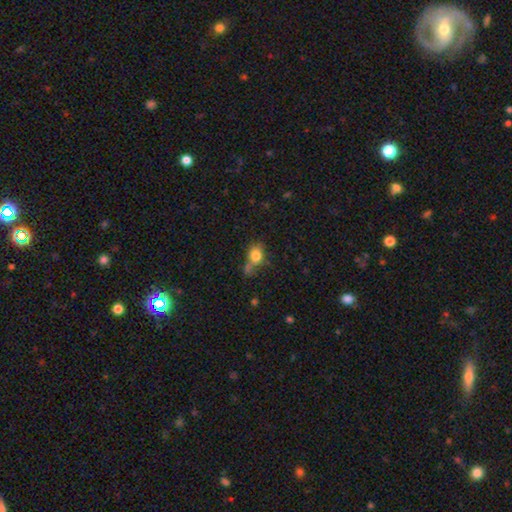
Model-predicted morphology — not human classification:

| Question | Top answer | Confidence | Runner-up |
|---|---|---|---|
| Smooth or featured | smooth | 79% | star or artifact (11%) |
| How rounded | round | 51% | in between (47%) |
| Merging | none | 45% | merger (23%) |